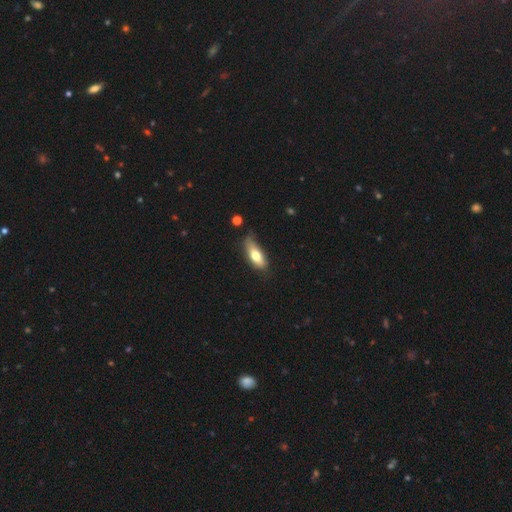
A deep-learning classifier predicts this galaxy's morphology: This appears to be a smooth galaxy with no disk features (67%) that is in between round and cigar-shaped (69%). Merging: none (56%).